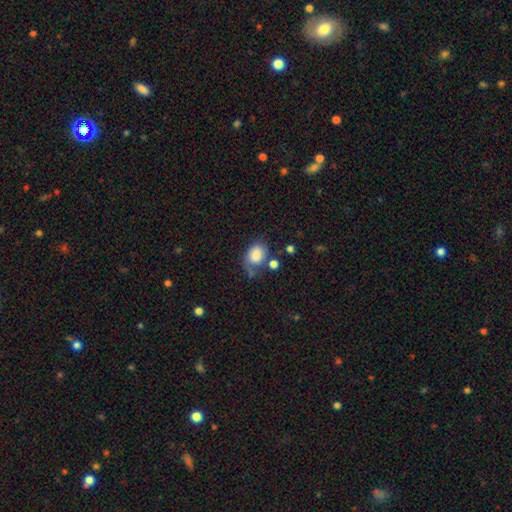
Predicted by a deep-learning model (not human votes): Smooth or featured?
  - smooth: 80% *
  - featured or disk: 11%
  - star or artifact: 8%
How rounded?
  - in between: 70% *
  - round: 29%
  - cigar-shaped: 1%
Merging?
  - none: 49% *
  - minor disturbance: 26%
  - major disturbance: 13%
  - merger: 11%